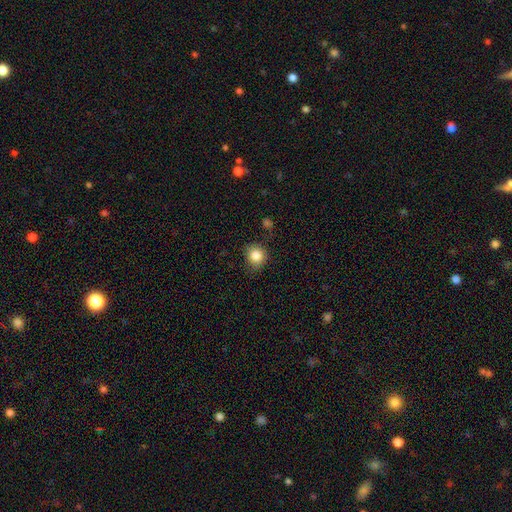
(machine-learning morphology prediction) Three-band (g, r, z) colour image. It shows a smooth galaxy with no disk features (85%) that is round (84%). Merging: none (76%).